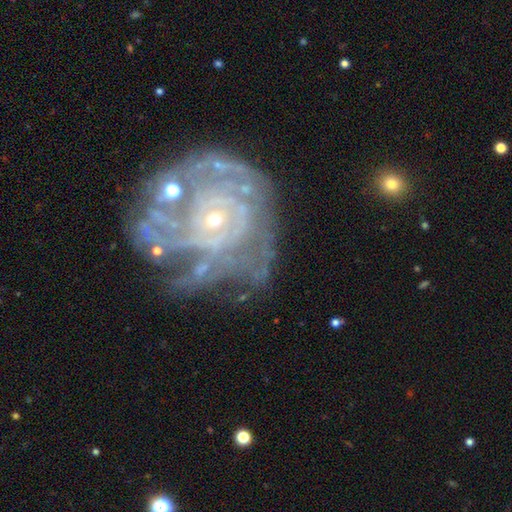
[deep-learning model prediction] Smooth or featured? featured or disk (86%)
Edge-on disk? no (97%)
Bar? no (79%)
Spiral arms? yes (92%)
Spiral winding? tight (73%)
Spiral arm count? can't tell (36%)
Bulge size? small (80%)
Merging? none (52%)